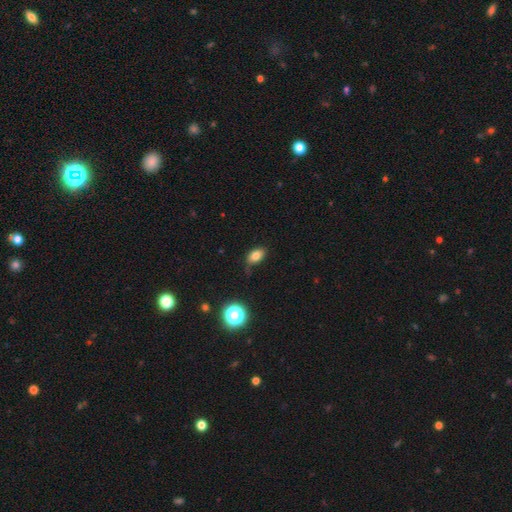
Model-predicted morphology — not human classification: Smooth or featured? Predicted: smooth (p=0.79). How rounded? Predicted: in between (p=0.86). Merging? Predicted: none (p=0.69).